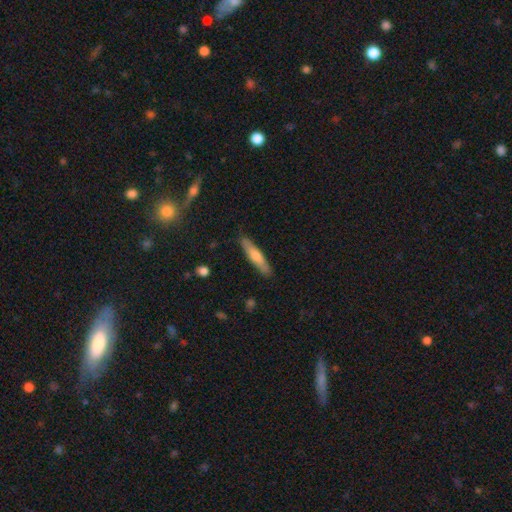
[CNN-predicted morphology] A smooth galaxy with no disk features (61%) that is cigar-shaped (87%). Merging: none (87%).